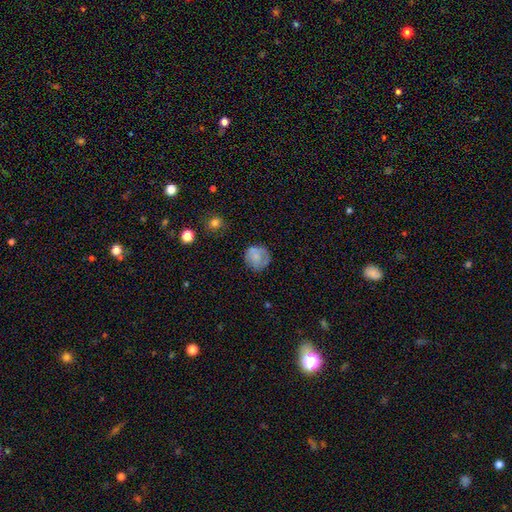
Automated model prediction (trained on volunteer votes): Smooth or featured? smooth (70%)
How rounded? round (87%)
Merging? none (68%)